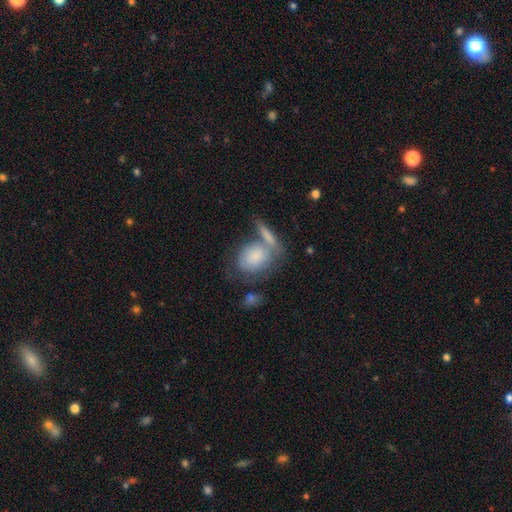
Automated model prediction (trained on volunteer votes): Morphology: type=smooth (72%); roundness=in between (54%); merging=merger (37%, tied with none).